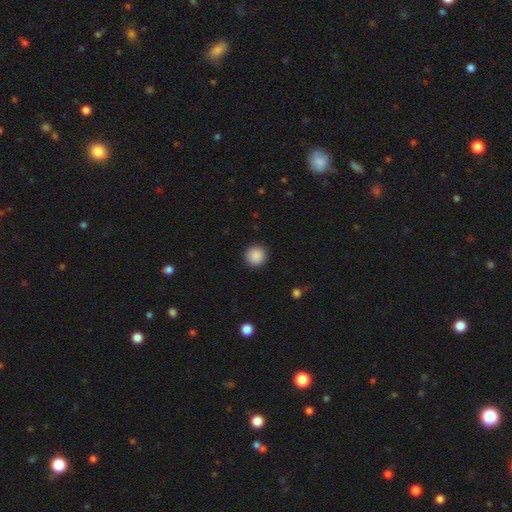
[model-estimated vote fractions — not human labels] Morphology: type=smooth (89%); roundness=round (94%); merging=none (92%).